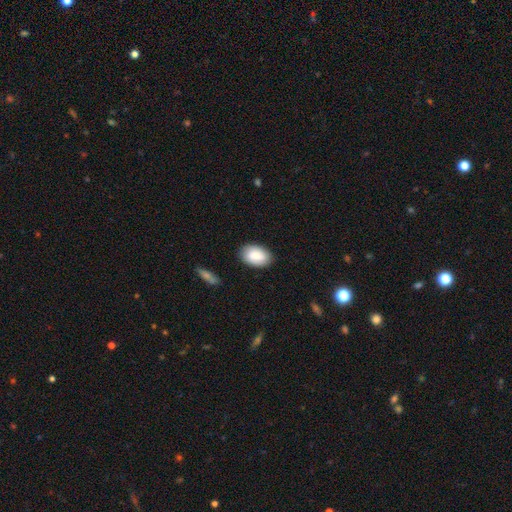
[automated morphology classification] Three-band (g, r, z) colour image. It shows a smooth galaxy with no disk features (83%) that is in between round and cigar-shaped (91%). Merging: none (85%).